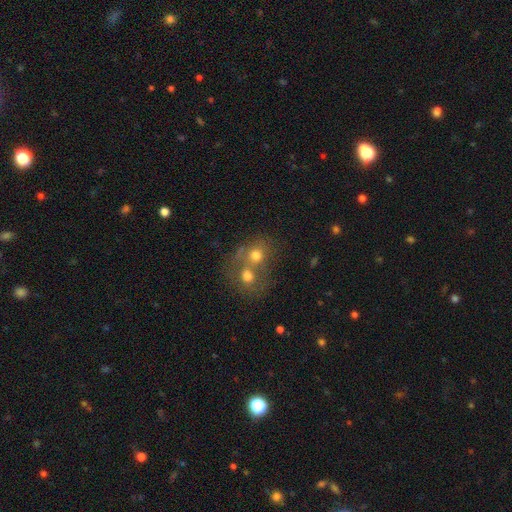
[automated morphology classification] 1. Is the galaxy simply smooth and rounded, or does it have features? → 63% smooth, 22% featured or disk, 15% star or artifact.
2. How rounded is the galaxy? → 72% round, 26% in between, 1% cigar-shaped.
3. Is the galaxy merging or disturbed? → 64% merger, 26% none, 6% minor disturbance, 4% major disturbance.